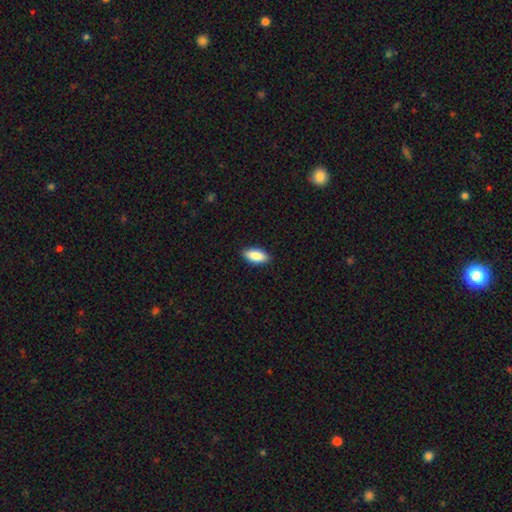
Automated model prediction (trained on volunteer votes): Smooth or featured? Predicted: smooth (p=0.88). How rounded? Predicted: in between (p=0.87). Merging? Predicted: none (p=0.90).